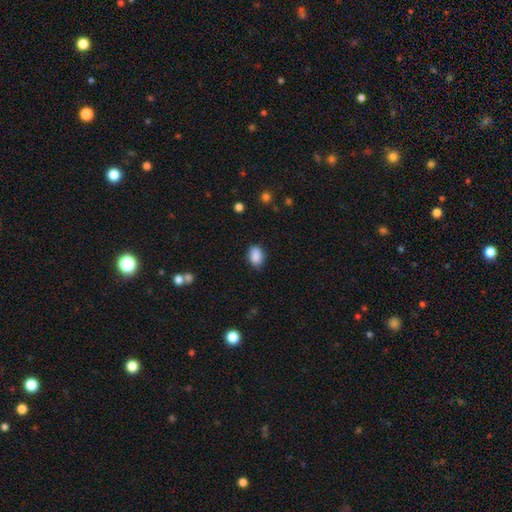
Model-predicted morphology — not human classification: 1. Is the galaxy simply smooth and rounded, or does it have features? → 87% smooth, 8% star or artifact, 5% featured or disk.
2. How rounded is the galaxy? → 73% in between, 26% round, 1% cigar-shaped.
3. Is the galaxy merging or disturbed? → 77% none, 18% minor disturbance, 3% major disturbance, 2% merger.